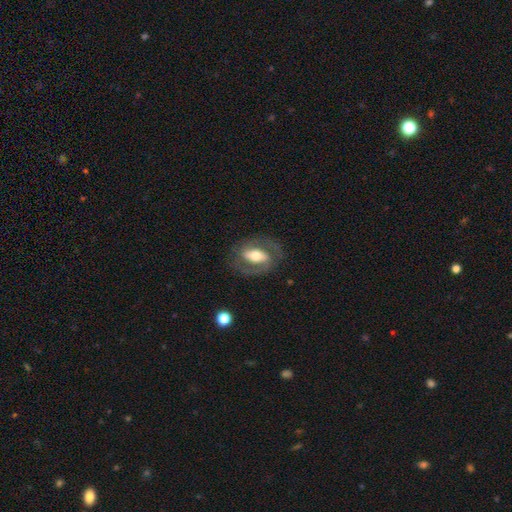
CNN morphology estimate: Q: Smooth or featured?
A: featured or disk (69%); runner-up: smooth (25%)
Q: Edge-on disk?
A: no (93%); runner-up: yes (7%)
Q: Bar?
A: strong (46%); runner-up: weak (30%)
Q: Spiral arms?
A: yes (72%); runner-up: no (28%)
Q: Bulge size?
A: moderate (61%); runner-up: large (22%)
Q: Merging?
A: none (76%); runner-up: minor disturbance (14%)